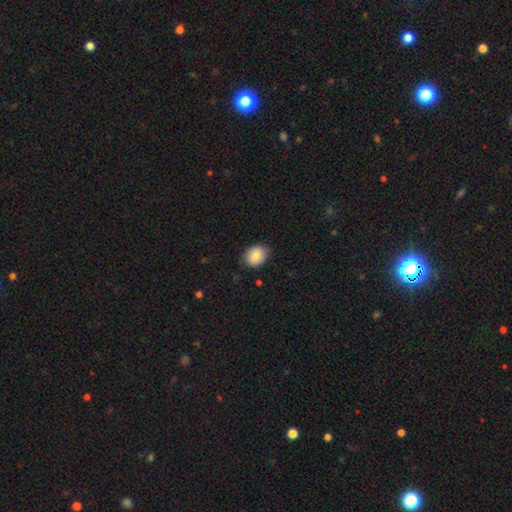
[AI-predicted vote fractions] smooth-or-featured: smooth: 86% | star or artifact: 7% | featured or disk: 6%
  how-rounded: in between: 54% | round: 45% | cigar-shaped: 1%
  merging: none: 79% | minor disturbance: 17% | major disturbance: 3% | merger: 1%